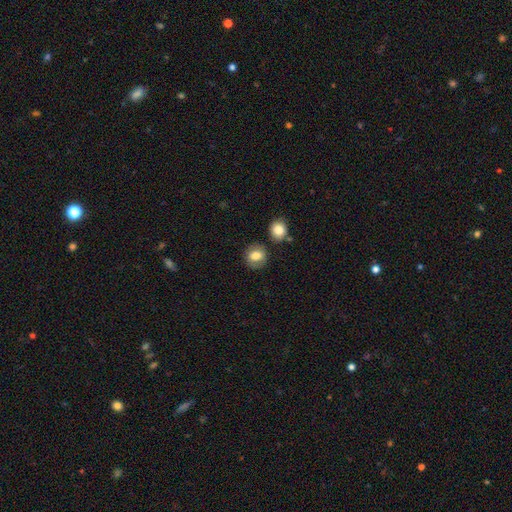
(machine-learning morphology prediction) Smooth or featured? smooth (75%)
How rounded? round (68%)
Merging? none (76%)